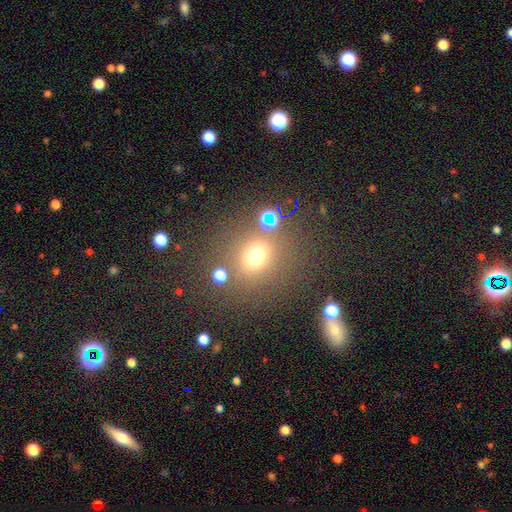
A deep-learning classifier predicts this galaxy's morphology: Smooth or featured: smooth — 67% (star or artifact — 24%)
How rounded: round — 76% (in between — 23%)
Merging: none — 73% (minor disturbance — 11%)